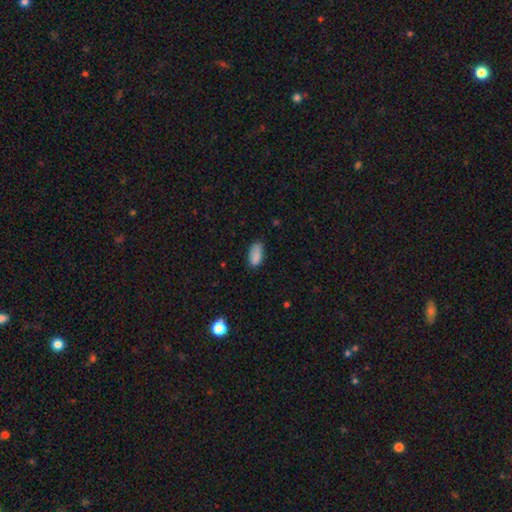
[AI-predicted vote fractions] Morphology: type=smooth (86%); roundness=in between (91%); merging=none (66%).